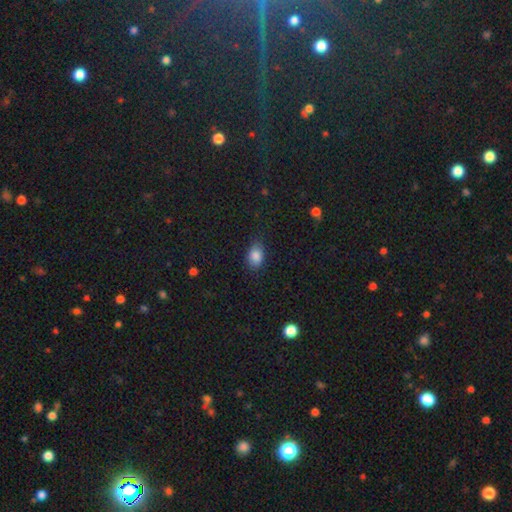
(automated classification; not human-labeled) The model was most divided on "merging": none: 76%, minor disturbance: 18%, major disturbance: 4%, merger: 1%. More confident: smooth or featured — smooth (85%); how rounded — in between (81%).